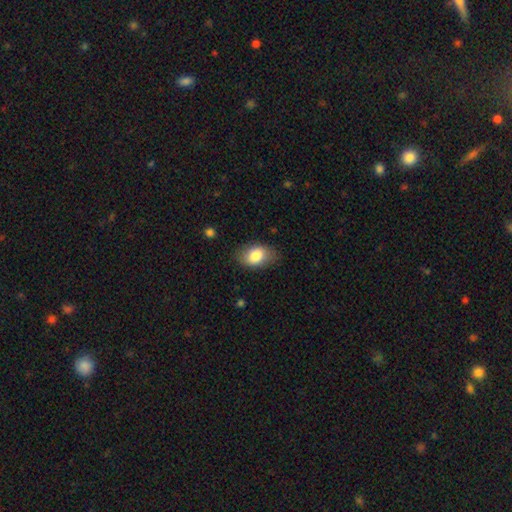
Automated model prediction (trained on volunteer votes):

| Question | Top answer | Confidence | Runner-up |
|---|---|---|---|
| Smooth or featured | smooth | 81% | featured or disk (12%) |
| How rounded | in between | 87% | round (11%) |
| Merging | none | 79% | minor disturbance (16%) |